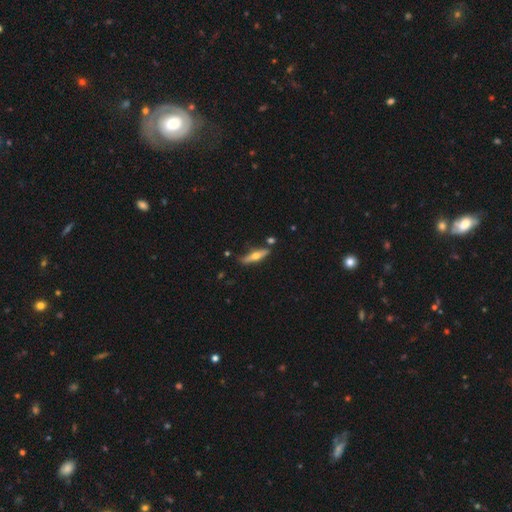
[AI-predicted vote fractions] The model was most divided on "smooth or featured": featured or disk: 54%, smooth: 41%, star or artifact: 6%. More confident: edge-on disk — yes (92%); merging — none (75%).